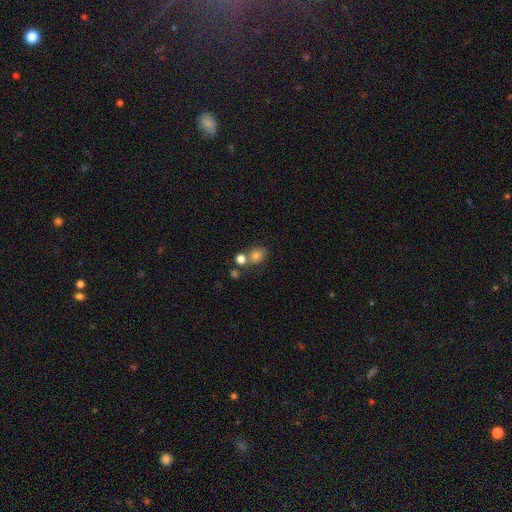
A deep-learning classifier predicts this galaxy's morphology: smooth 78%, star or artifact 13%, featured or disk 9%. Down the decision tree: how rounded — round (60%); merging — none (55%).